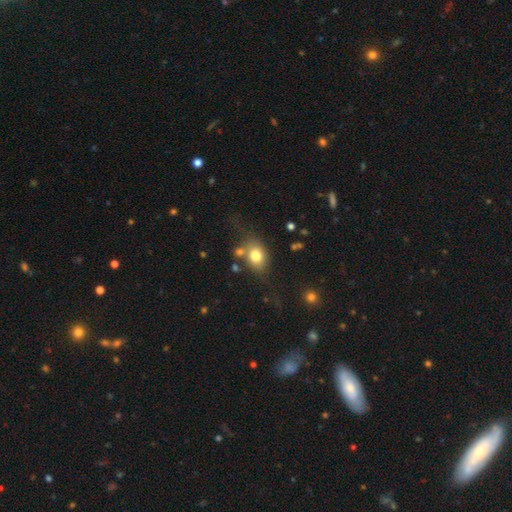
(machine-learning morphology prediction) Smooth or featured? Predicted: smooth (p=0.76). How rounded? Predicted: in between (p=0.61). Merging? Predicted: none (p=0.59).